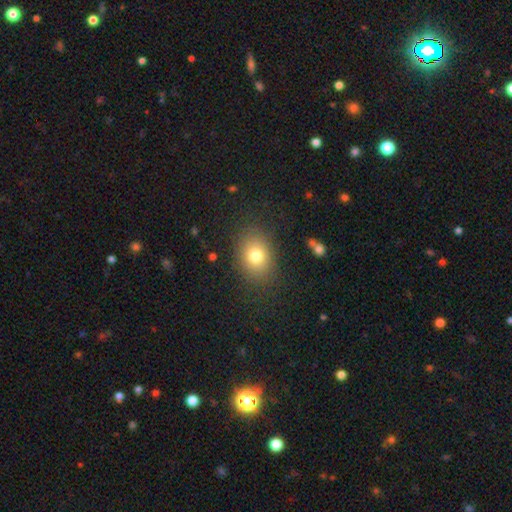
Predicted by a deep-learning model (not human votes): Morphology: type=smooth (78%); roundness=in between (61%); merging=none (84%).